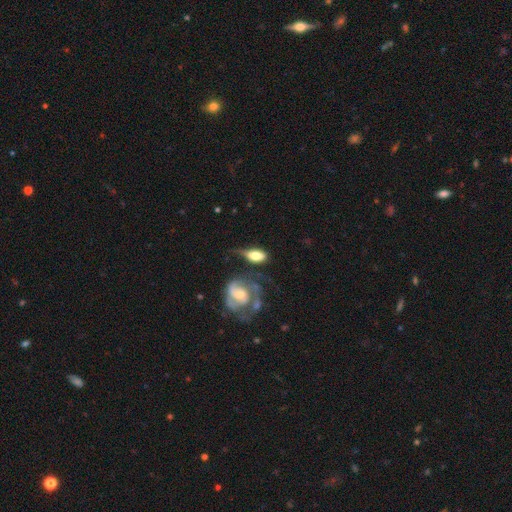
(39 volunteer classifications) Q: Smooth or featured?
A: smooth (87%); runner-up: featured or disk (10%)
Q: How rounded?
A: in between (91%); runner-up: round (6%)
Q: Merging?
A: minor disturbance (42%); tied with: major disturbance (42%)